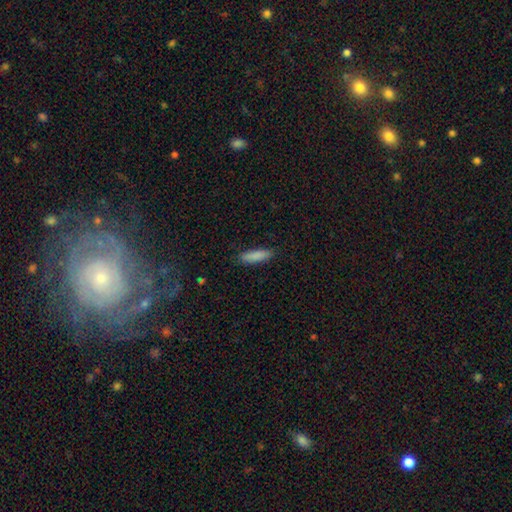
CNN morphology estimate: Smooth or featured? smooth (87%)
How rounded? cigar-shaped (66%)
Merging? none (87%)